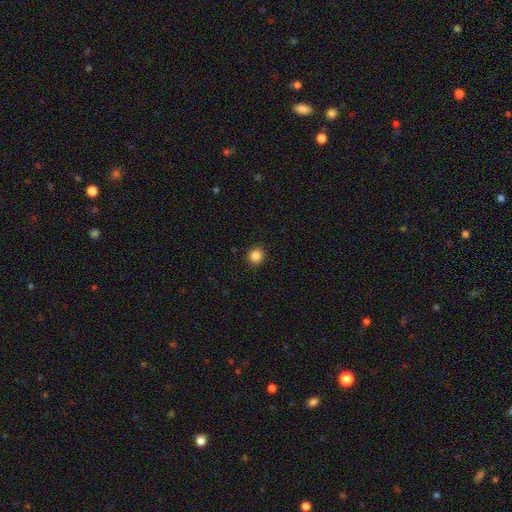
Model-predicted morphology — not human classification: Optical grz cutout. It shows a smooth galaxy with no disk features (86%) that is round (91%). Merging: none (92%).